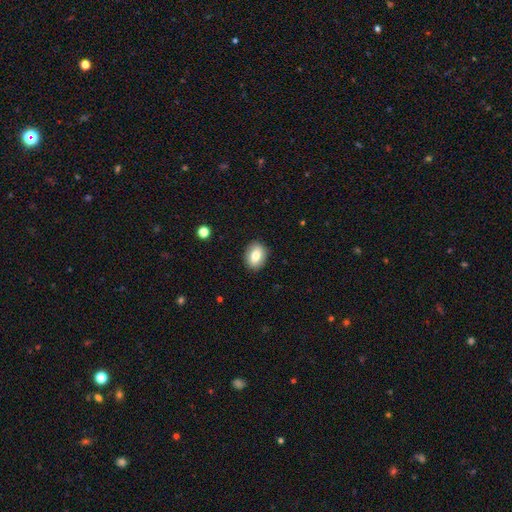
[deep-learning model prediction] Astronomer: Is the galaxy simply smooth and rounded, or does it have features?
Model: smooth — 79%.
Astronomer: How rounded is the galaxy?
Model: in between — 71%.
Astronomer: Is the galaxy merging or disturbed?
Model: none — 88%.